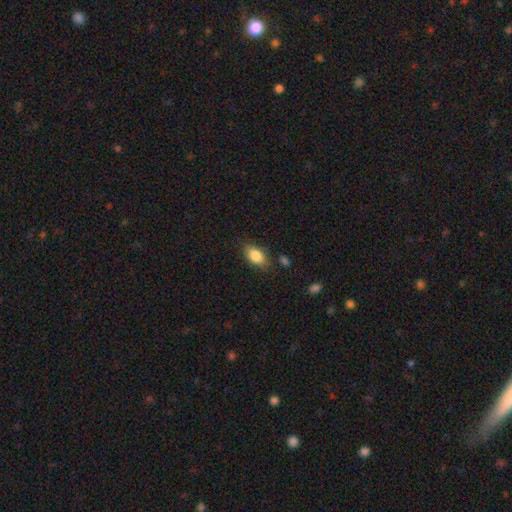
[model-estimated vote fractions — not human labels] A smooth galaxy with no disk features (85%) that is in between round and cigar-shaped (88%).

Vote fractions:
- Smooth or featured? smooth: 85% / featured or disk: 8% / star or artifact: 7%
- How rounded? in between: 88% / round: 8% / cigar-shaped: 4%
- Merging? none: 77% / minor disturbance: 16% / major disturbance: 4% / merger: 3%